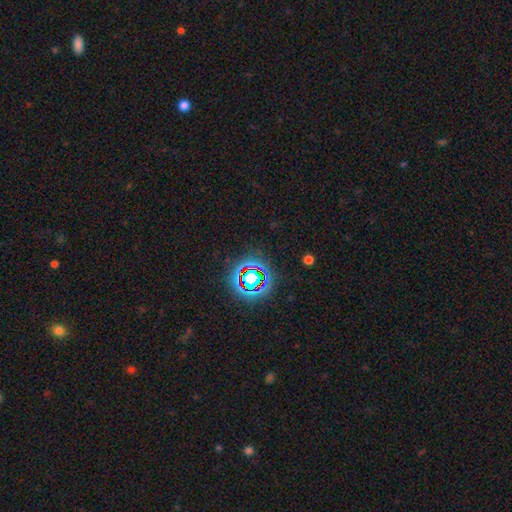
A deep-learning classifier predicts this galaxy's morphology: smooth_or_featured: star or artifact (p=0.72) [alt: smooth p=0.16]